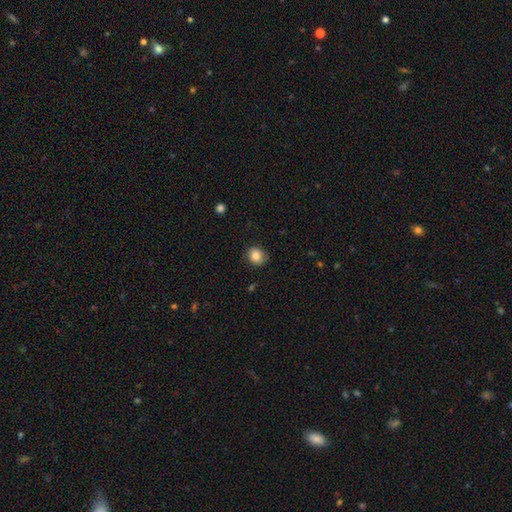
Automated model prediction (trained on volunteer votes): Smooth or featured?
  - smooth: 83% *
  - star or artifact: 9%
  - featured or disk: 8%
How rounded?
  - round: 76% *
  - in between: 23%
  - cigar-shaped: 1%
Merging?
  - none: 82% *
  - minor disturbance: 14%
  - major disturbance: 3%
  - merger: 1%